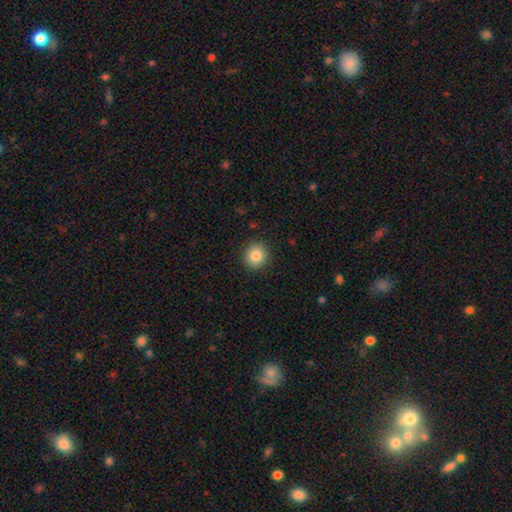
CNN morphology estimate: type=smooth (85%); roundness=round (90%); merging=none (91%).